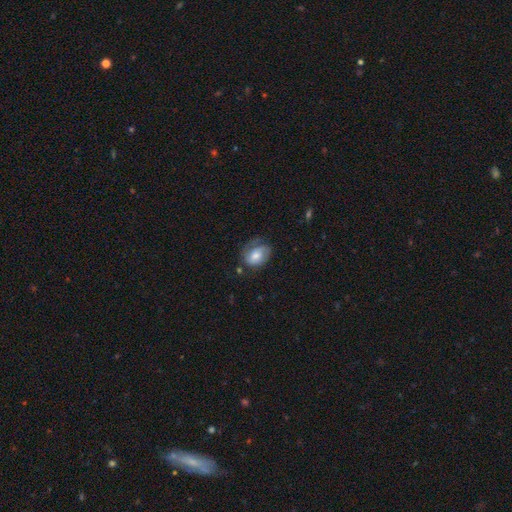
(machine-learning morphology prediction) A smooth galaxy with no disk features (53%) that is in between round and cigar-shaped (72%). Merging: none (47%).